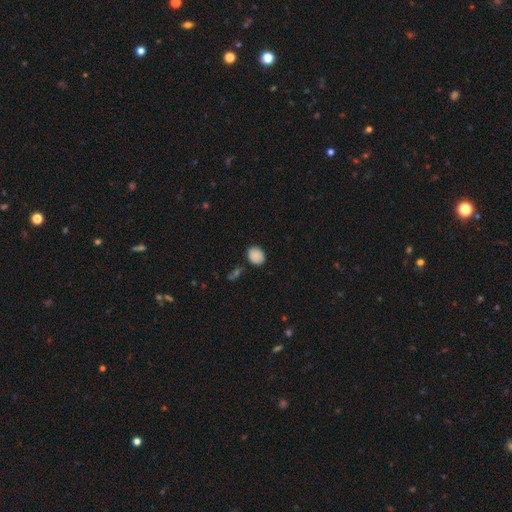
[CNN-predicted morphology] Smooth or featured? smooth (87%)
How rounded? round (53%)
Merging? none (80%)